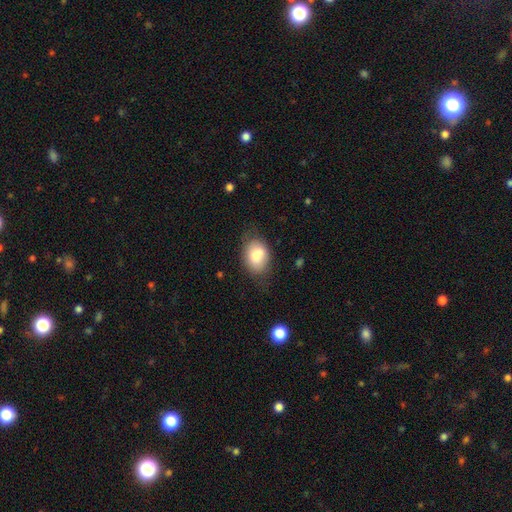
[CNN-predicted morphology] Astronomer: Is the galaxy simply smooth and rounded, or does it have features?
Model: smooth — 78%.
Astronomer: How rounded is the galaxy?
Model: in between — 74%.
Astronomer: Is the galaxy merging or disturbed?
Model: none — 61%.